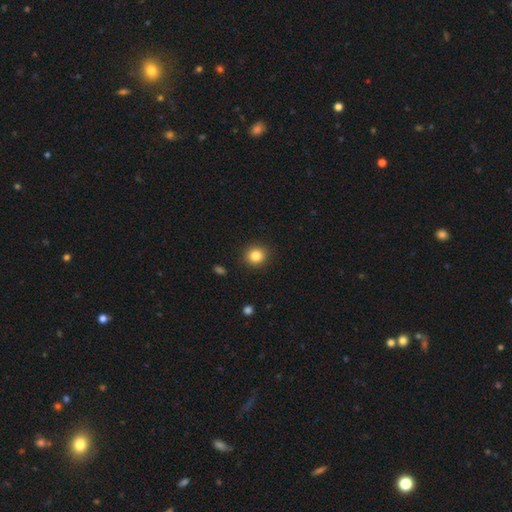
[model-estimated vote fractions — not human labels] The model was most divided on "smooth or featured": smooth: 85%, star or artifact: 10%, featured or disk: 5%. More confident: merging — none (91%); how rounded — round (89%).